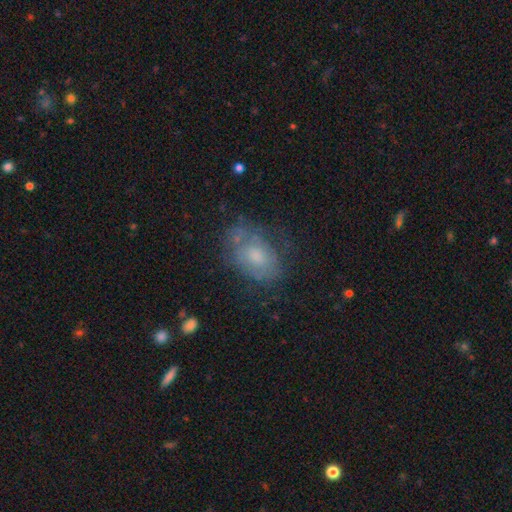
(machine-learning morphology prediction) Q: Smooth or featured?
A: smooth (49%); runner-up: featured or disk (39%)
Q: Merging?
A: none (59%); runner-up: minor disturbance (24%)